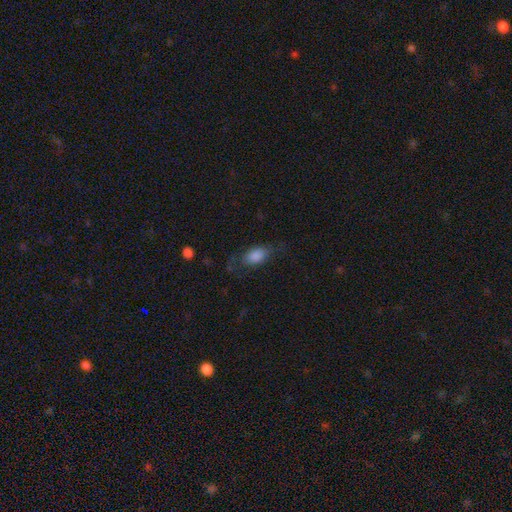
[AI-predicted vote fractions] smooth-or-featured: smooth: 76% | featured or disk: 16% | star or artifact: 8%
  how-rounded: in between: 87% | round: 7% | cigar-shaped: 6%
  merging: none: 59% | minor disturbance: 23% | major disturbance: 16% | merger: 2%